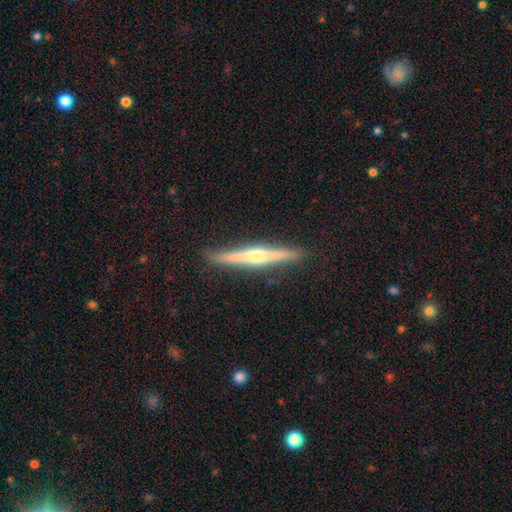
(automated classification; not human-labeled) This is likely a featured or disk galaxy (72%). It is clearly viewed edge-on (98%). Edge-on bulge: clearly rounded (82%). Merging: clearly none (91%).